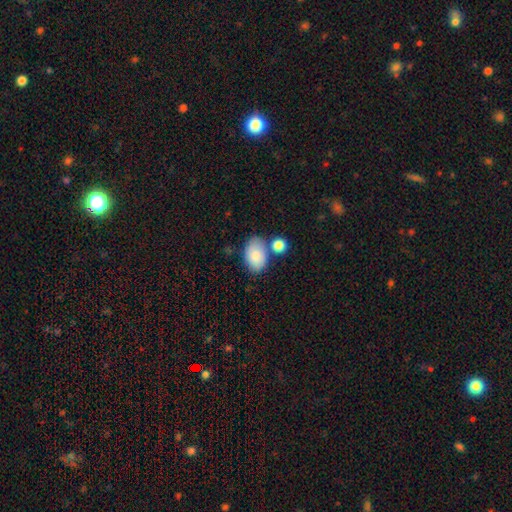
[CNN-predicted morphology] smooth-or-featured: smooth: 84% | featured or disk: 9% | star or artifact: 7%
  how-rounded: in between: 88% | round: 11% | cigar-shaped: 1%
  merging: none: 63% | minor disturbance: 17% | merger: 15% | major disturbance: 5%